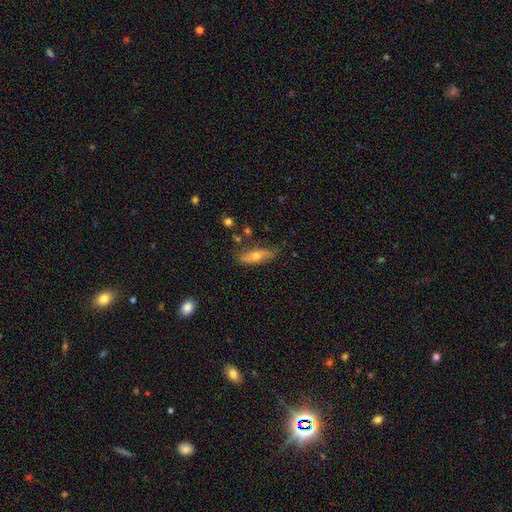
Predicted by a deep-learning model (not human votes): Morphology: type=smooth (47%); merging=none (72%).